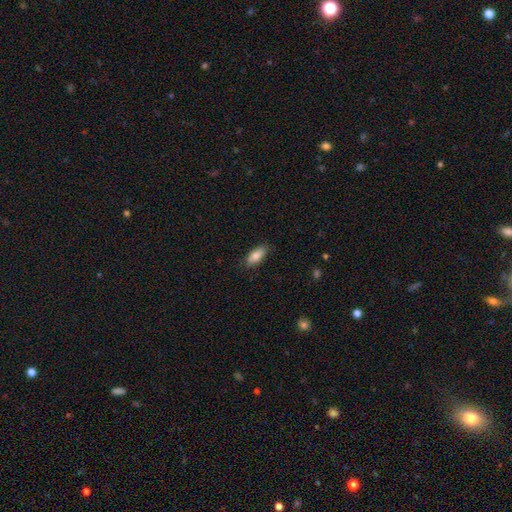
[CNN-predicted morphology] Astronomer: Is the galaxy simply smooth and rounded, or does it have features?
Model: smooth — 82%.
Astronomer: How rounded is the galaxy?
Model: in between — 84%.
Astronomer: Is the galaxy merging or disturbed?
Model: none — 85%.